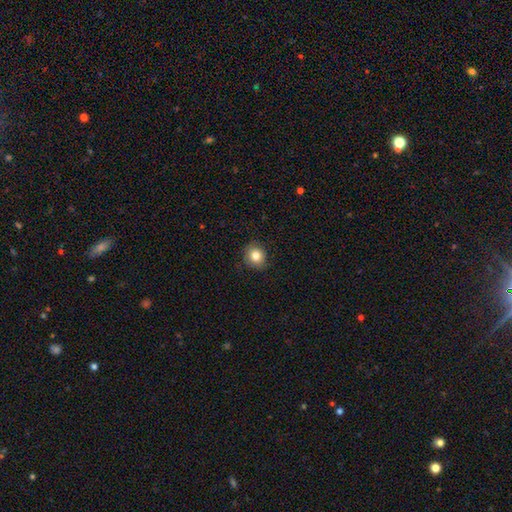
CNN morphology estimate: smooth 83%, star or artifact 10%, featured or disk 7%. Down the decision tree: how rounded — round (83%); merging — none (84%).